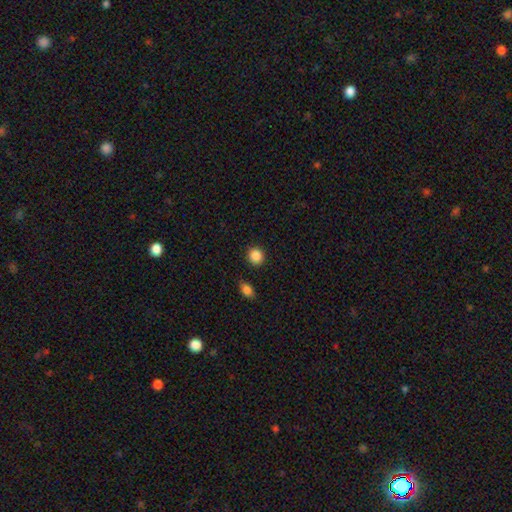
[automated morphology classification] Overall: smooth (88%). How rounded: round (89%). Merging: none (90%).